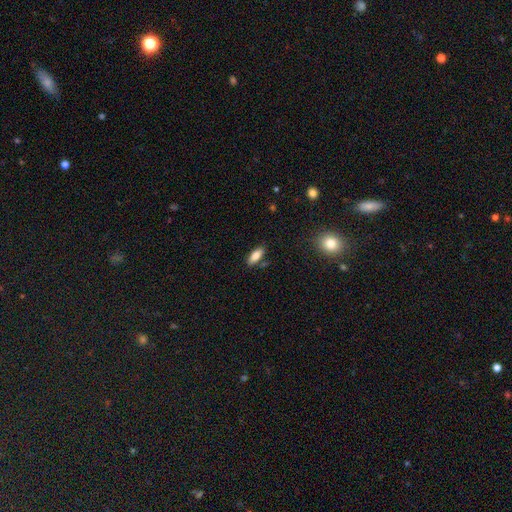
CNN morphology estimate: This is clearly a smooth galaxy (82%). How rounded: likely in between (77%). Merging: clearly none (81%).